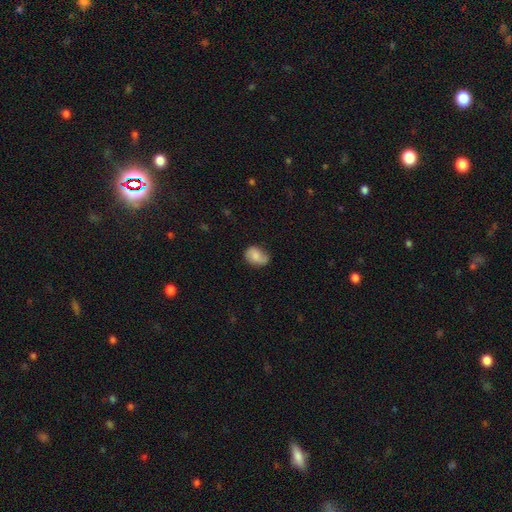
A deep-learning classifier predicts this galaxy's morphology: smooth 70%, featured or disk 22%, star or artifact 8%. Down the decision tree: how rounded — in between (73%); merging — none (54%).